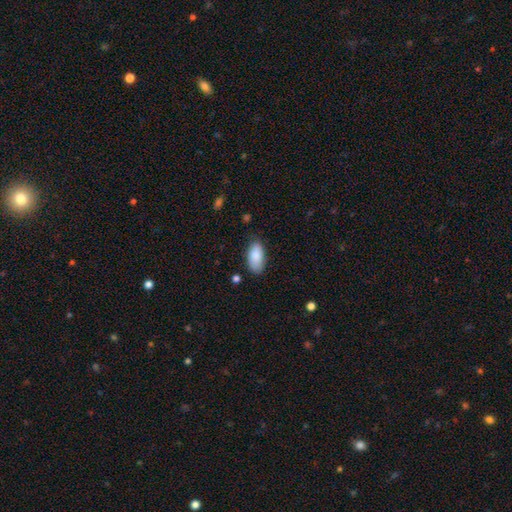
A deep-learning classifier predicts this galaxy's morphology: smooth_or_featured: smooth (p=0.88) [alt: star or artifact p=0.06]
how_rounded: in between (p=0.93) [alt: cigar-shaped p=0.05]
merging: none (p=0.76) [alt: minor disturbance p=0.19]